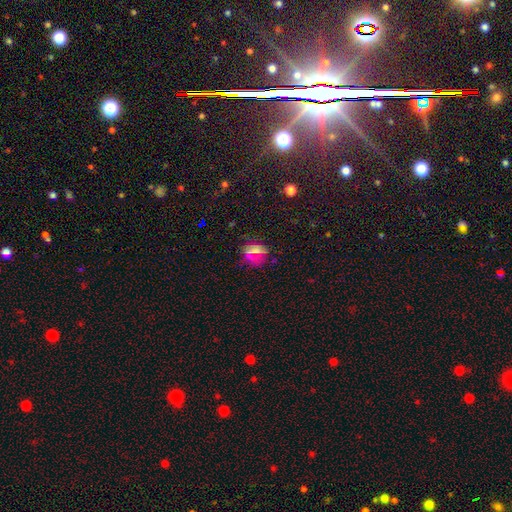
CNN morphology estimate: type=star or artifact (43%).